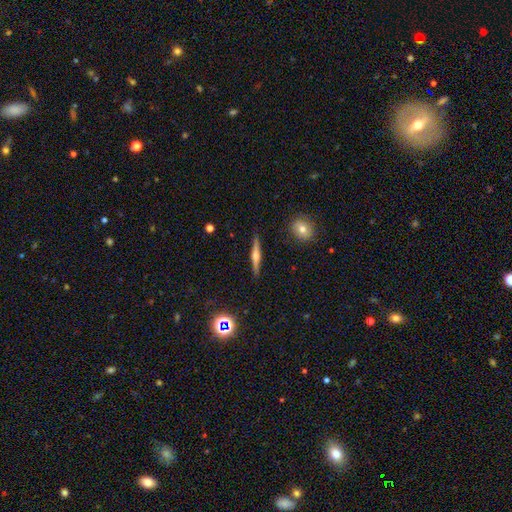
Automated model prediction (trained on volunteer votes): featured or disk 65%, smooth 28%, star or artifact 7%. Down the decision tree: edge-on disk — yes (97%); edge-on bulge — rounded (87%); merging — none (90%).